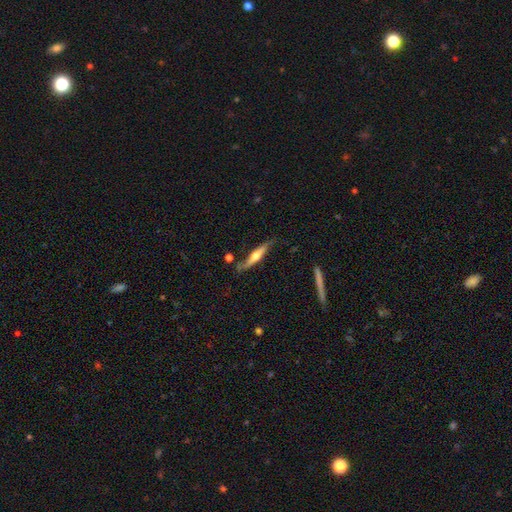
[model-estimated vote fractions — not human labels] Smooth or featured?
  - featured or disk: 66% *
  - smooth: 29%
  - star or artifact: 5%
Edge-on disk?
  - yes: 85% *
  - no: 15%
Edge-on bulge?
  - rounded: 89% *
  - none: 6%
  - boxy: 5%
Merging?
  - none: 64% *
  - minor disturbance: 23%
  - major disturbance: 7%
  - merger: 5%